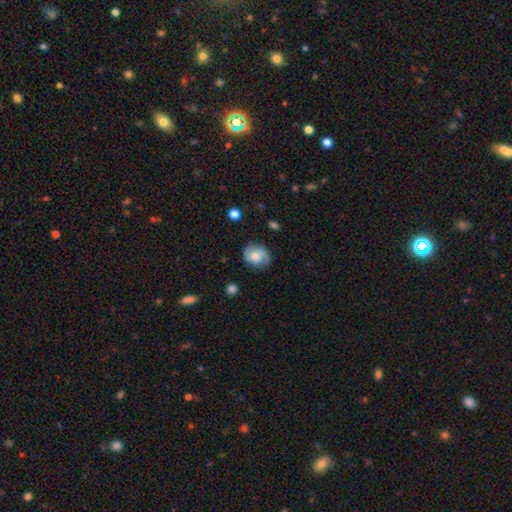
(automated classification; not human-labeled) Morphology: type=smooth (58%); roundness=round (64%); merging=none (74%).